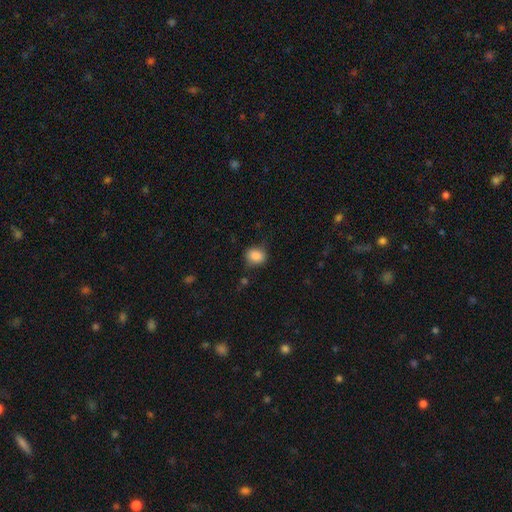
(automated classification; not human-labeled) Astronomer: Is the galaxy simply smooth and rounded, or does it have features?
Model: smooth — 86%.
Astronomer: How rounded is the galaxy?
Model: round — 54% (runner-up: in between, 45%).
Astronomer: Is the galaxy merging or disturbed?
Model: none — 75%.